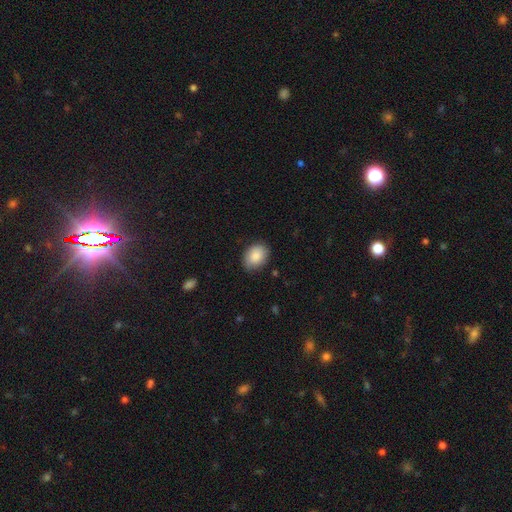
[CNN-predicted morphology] smooth-or-featured: smooth: 86% | featured or disk: 7% | star or artifact: 7%
  how-rounded: in between: 74% | round: 25% | cigar-shaped: 1%
  merging: none: 83% | minor disturbance: 13% | major disturbance: 3% | merger: 1%